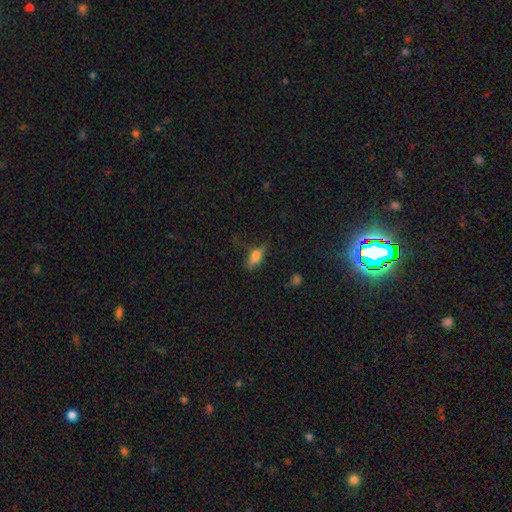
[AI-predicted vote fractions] smooth_or_featured: smooth (p=0.73) [alt: featured or disk p=0.16]
how_rounded: in between (p=0.74) [alt: cigar-shaped p=0.22]
merging: none (p=0.59) [alt: minor disturbance p=0.26]